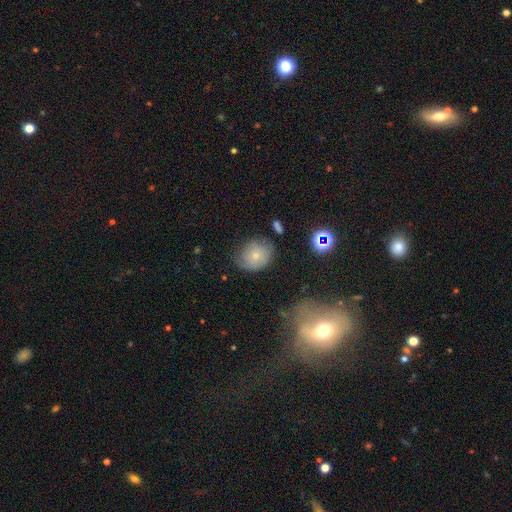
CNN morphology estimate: Smooth or featured?
  - smooth: 67% *
  - featured or disk: 23%
  - star or artifact: 10%
How rounded?
  - round: 61% *
  - in between: 38%
  - cigar-shaped: 1%
Merging?
  - none: 61% *
  - minor disturbance: 27%
  - major disturbance: 9%
  - merger: 3%